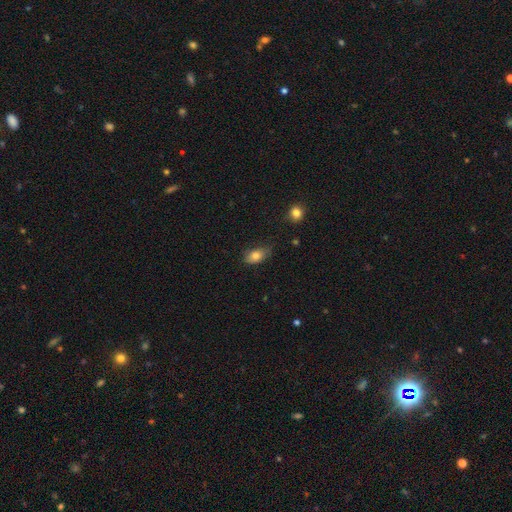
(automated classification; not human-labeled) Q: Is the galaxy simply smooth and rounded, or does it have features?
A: smooth — 79%.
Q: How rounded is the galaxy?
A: in between — 88%.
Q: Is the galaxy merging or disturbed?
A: none — 65%.